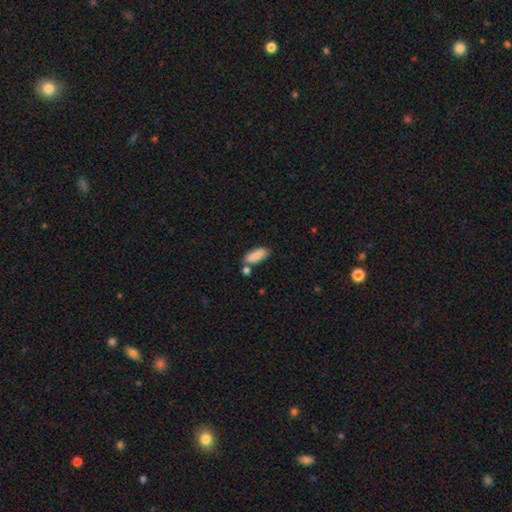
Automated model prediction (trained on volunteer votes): Smooth or featured? smooth (88%)
How rounded? in between (72%)
Merging? none (70%)